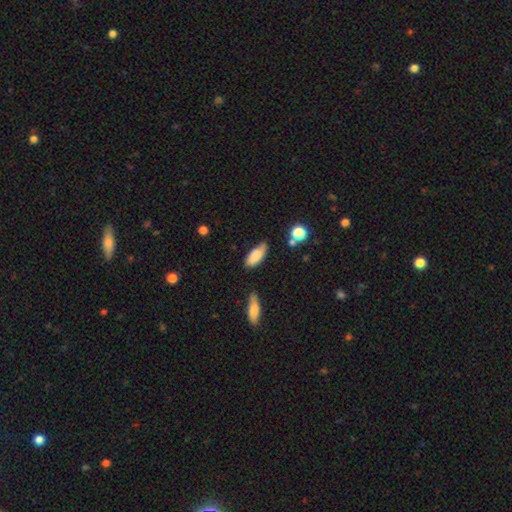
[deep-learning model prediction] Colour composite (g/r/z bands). It shows a smooth galaxy with no disk features (76%) that is in between round and cigar-shaped (84%). Merging: none (54%).